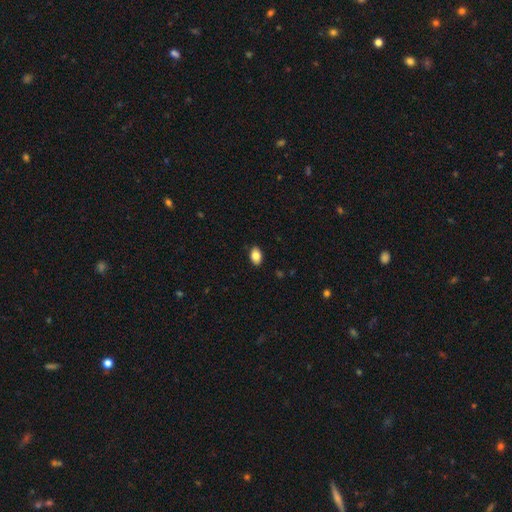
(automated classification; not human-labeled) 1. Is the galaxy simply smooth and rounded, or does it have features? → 85% smooth, 8% star or artifact, 7% featured or disk.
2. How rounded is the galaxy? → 88% in between, 11% round, 1% cigar-shaped.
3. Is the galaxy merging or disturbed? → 89% none, 8% minor disturbance, 2% major disturbance, 1% merger.